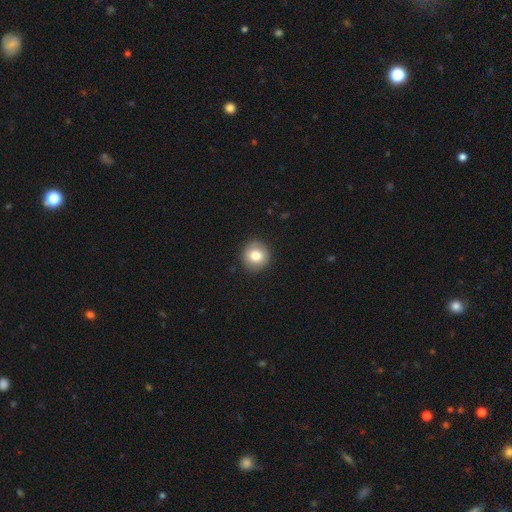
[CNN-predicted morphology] A smooth galaxy with no disk features (81%) that is round (91%).

Vote fractions:
- Smooth or featured? smooth: 81% / featured or disk: 10% / star or artifact: 9%
- How rounded? round: 91% / in between: 8% / cigar-shaped: 1%
- Merging? none: 90% / minor disturbance: 7% / major disturbance: 2% / merger: 1%